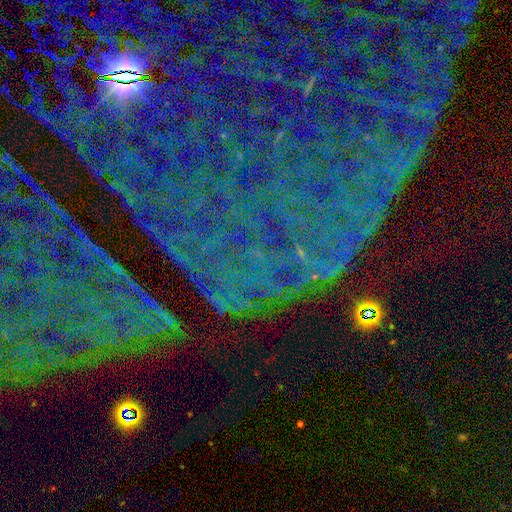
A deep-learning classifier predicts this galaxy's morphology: The model was most divided on "smooth or featured": star or artifact: 82%, featured or disk: 10%, smooth: 8%.